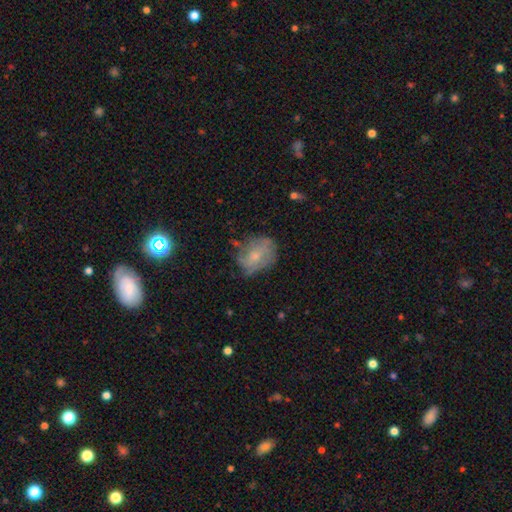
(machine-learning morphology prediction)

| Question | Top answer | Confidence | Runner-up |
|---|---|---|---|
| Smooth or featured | smooth | 46% | featured or disk (44%) |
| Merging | none | 57% | minor disturbance (28%) |